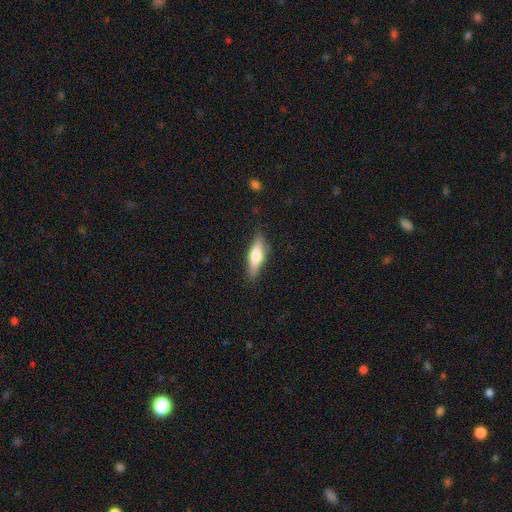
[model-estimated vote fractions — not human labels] A smooth galaxy with no disk features (62%) that is cigar-shaped (56%). Merging: none (84%).